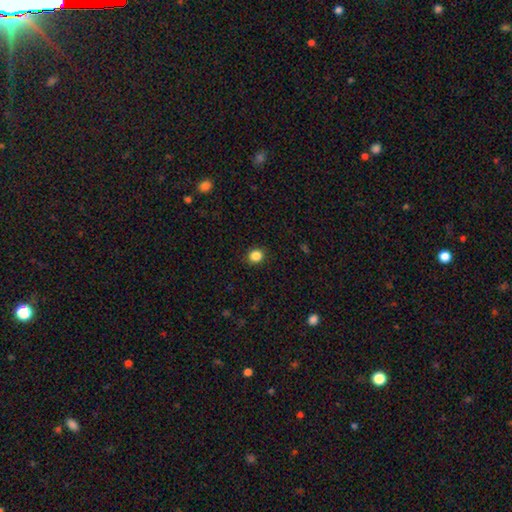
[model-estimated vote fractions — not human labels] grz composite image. It shows a smooth galaxy with no disk features (85%) that is round (76%). Merging: none (90%).